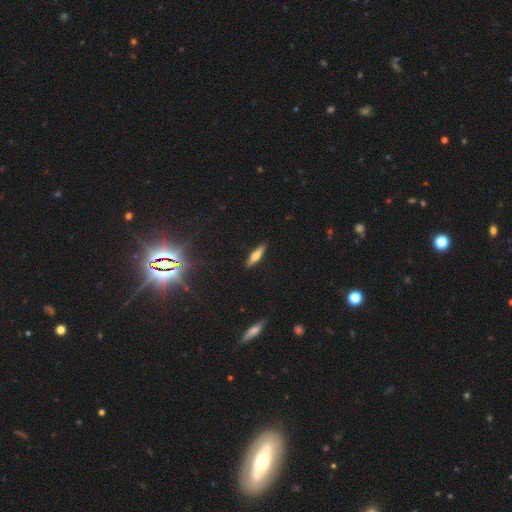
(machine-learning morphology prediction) Overall: smooth (48%; featured or disk 44%). Merging: none (90%).